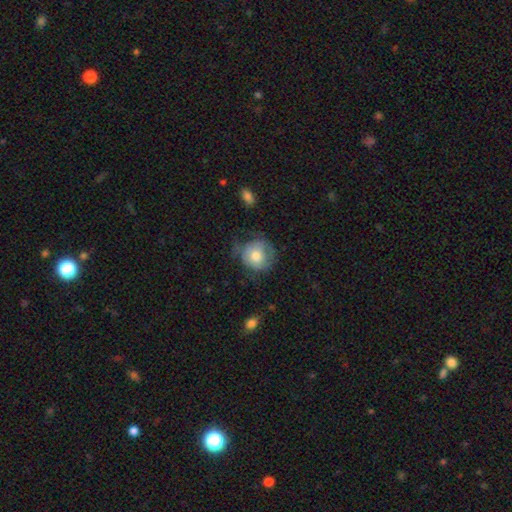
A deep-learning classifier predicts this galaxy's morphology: This appears to be a smooth galaxy with no disk features (66%) that is round (84%). Merging: none (49%).